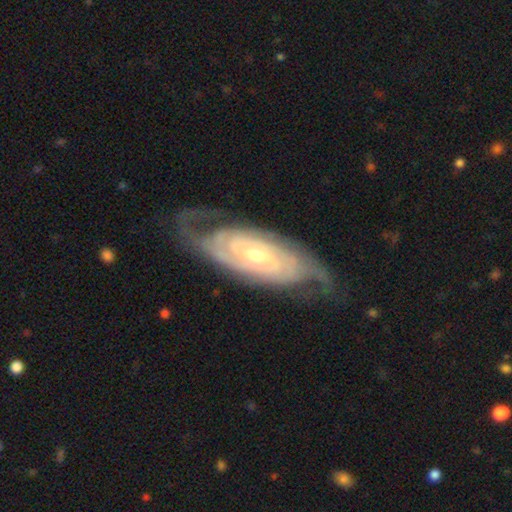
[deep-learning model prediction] Smooth or featured: featured or disk — 90% (smooth — 6%)
Edge-on disk: no — 93% (yes — 7%)
Bar: no — 60% (weak — 29%)
Spiral arms: yes — 97% (no — 3%)
Spiral winding: tight — 74% (medium — 21%)
Spiral arm count: 2 — 43% (can't tell — 24%)
Bulge size: small — 54% (moderate — 43%)
Merging: none — 72% (minor disturbance — 18%)